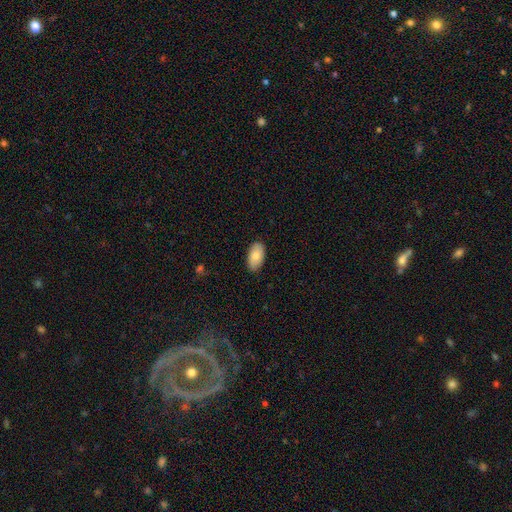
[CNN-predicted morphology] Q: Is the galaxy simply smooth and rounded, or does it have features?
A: smooth — 81%.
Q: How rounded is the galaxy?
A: in between — 95%.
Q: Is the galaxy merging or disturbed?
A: none — 87%.